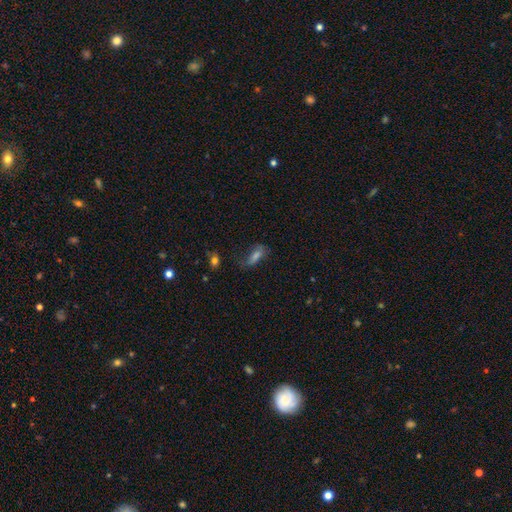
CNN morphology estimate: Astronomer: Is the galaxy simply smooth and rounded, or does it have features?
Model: smooth — 56%.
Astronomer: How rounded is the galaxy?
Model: in between — 62%.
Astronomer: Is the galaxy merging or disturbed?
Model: none — 53%.